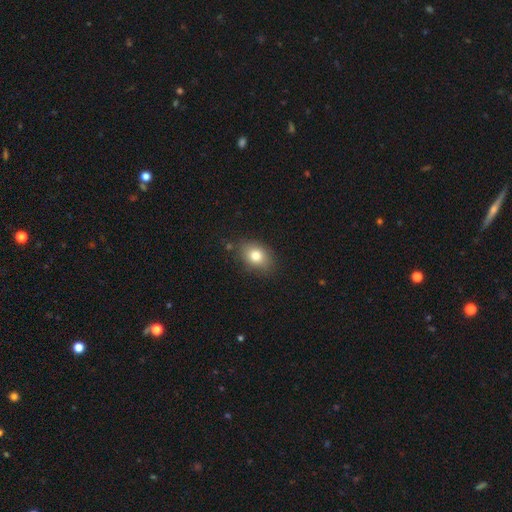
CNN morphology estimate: This is likely a smooth galaxy (80%). How rounded: likely in between (70%). Merging: likely none (79%).